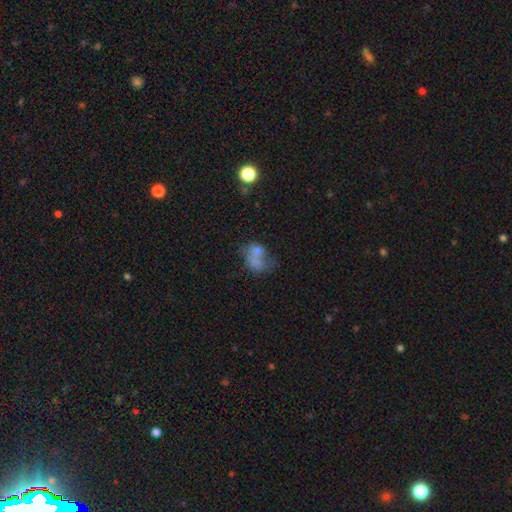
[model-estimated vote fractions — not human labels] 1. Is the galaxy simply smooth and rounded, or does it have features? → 60% smooth, 26% featured or disk, 14% star or artifact.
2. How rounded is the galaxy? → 64% in between, 35% round, 1% cigar-shaped.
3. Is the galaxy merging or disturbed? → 34% merger, 29% major disturbance, 21% none, 16% minor disturbance.